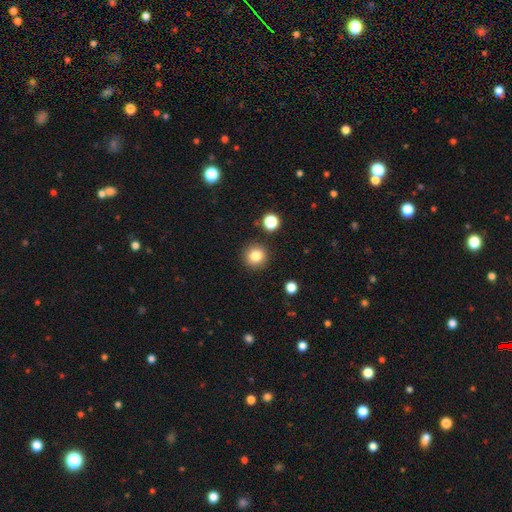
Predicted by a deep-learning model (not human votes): smooth_or_featured: smooth (p=0.82) [alt: star or artifact p=0.12]
how_rounded: round (p=0.93) [alt: in between p=0.06]
merging: none (p=0.89) [alt: minor disturbance p=0.06]